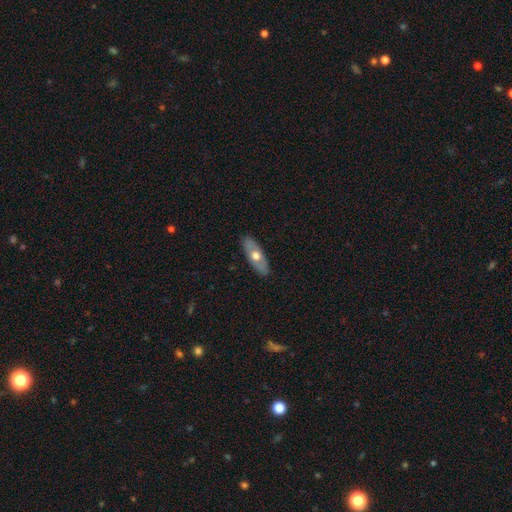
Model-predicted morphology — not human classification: smooth 51%, featured or disk 43%, star or artifact 5%. Down the decision tree: how rounded — in between (69%); merging — none (88%).